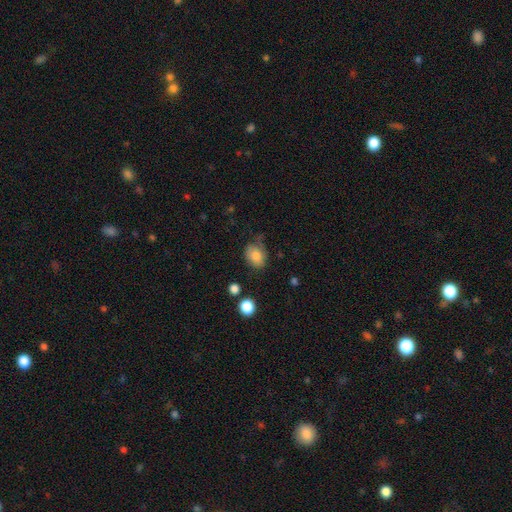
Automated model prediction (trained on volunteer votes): This appears to be a smooth galaxy with no disk features (81%) that is in between round and cigar-shaped (61%). Merging: none (61%).